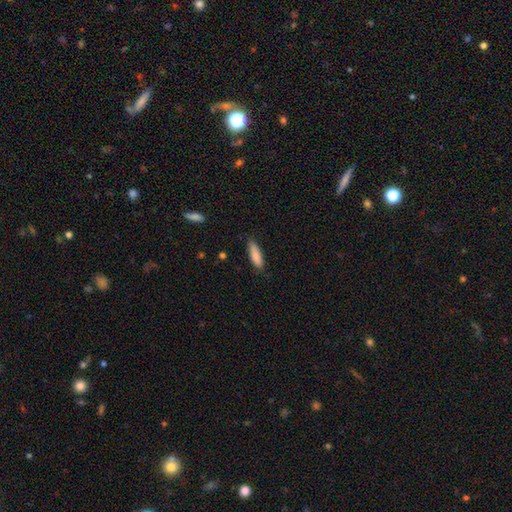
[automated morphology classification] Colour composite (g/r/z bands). It shows a smooth galaxy with no disk features (83%) that is cigar-shaped (51%). Merging: none (81%).